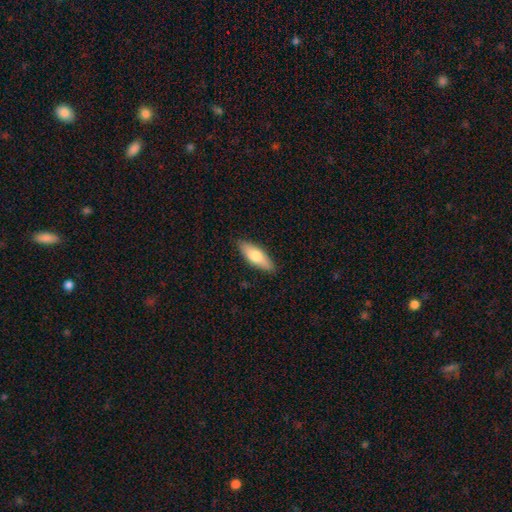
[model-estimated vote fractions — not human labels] Q: Smooth or featured?
A: smooth (71%); runner-up: featured or disk (23%)
Q: How rounded?
A: in between (64%); runner-up: cigar-shaped (34%)
Q: Merging?
A: none (88%); runner-up: minor disturbance (9%)